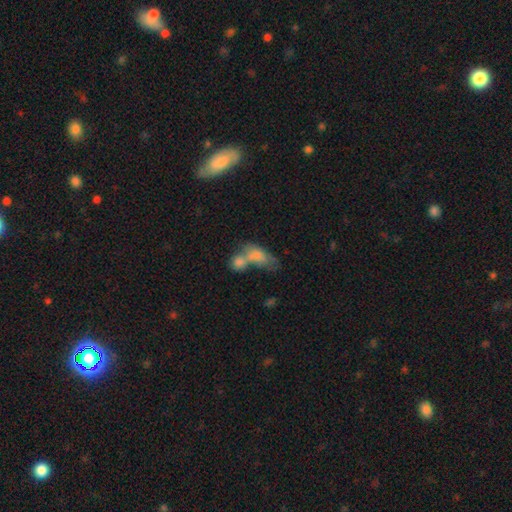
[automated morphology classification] The model was most divided on "merging": merger: 67%, none: 17%, minor disturbance: 9%, major disturbance: 7%. More confident: how rounded — in between (79%); smooth or featured — smooth (73%).